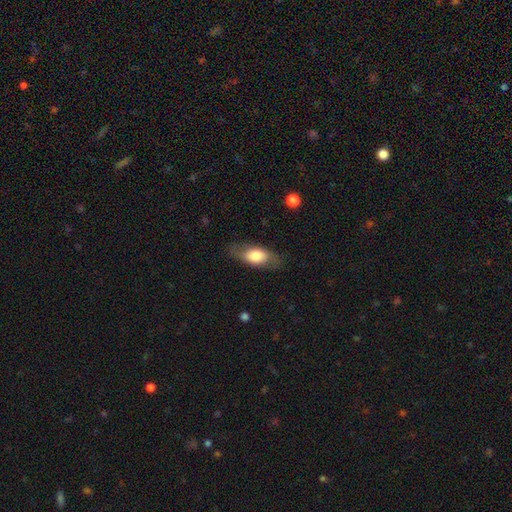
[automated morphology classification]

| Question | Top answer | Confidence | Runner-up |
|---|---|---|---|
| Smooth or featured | smooth | 69% | featured or disk (24%) |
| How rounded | in between | 82% | cigar-shaped (11%) |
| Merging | none | 76% | minor disturbance (17%) |